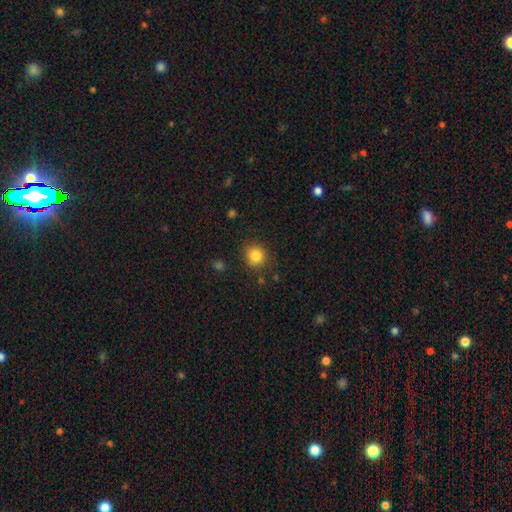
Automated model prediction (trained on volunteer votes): Q: Smooth or featured?
A: smooth (83%); runner-up: star or artifact (11%)
Q: How rounded?
A: round (86%); runner-up: in between (13%)
Q: Merging?
A: none (84%); runner-up: minor disturbance (10%)